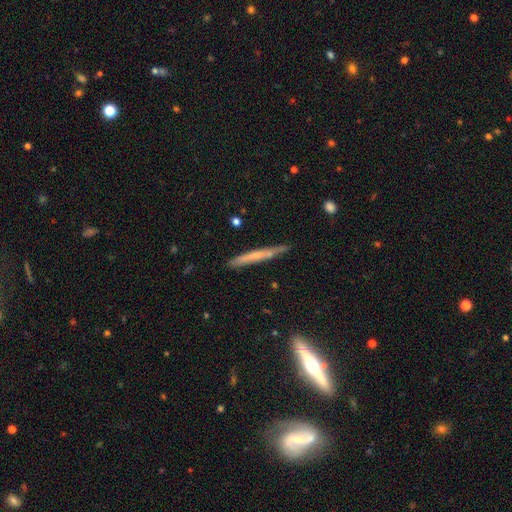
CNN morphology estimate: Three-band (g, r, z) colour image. It shows a smooth galaxy with no disk features (50%). Merging: none (82%).